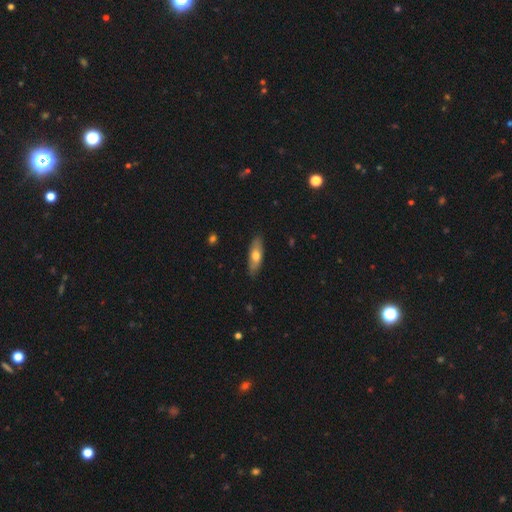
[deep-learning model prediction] smooth-or-featured: smooth: 64% | featured or disk: 30% | star or artifact: 6%
  how-rounded: in between: 64% | cigar-shaped: 33% | round: 3%
  merging: none: 86% | minor disturbance: 11% | major disturbance: 2% | merger: 1%